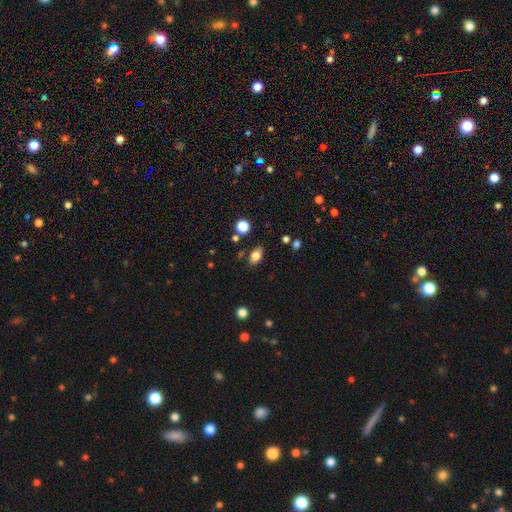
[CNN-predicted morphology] smooth-or-featured: smooth: 80% | star or artifact: 11% | featured or disk: 9%
  how-rounded: in between: 86% | round: 12% | cigar-shaped: 2%
  merging: none: 84% | minor disturbance: 11% | merger: 3% | major disturbance: 3%